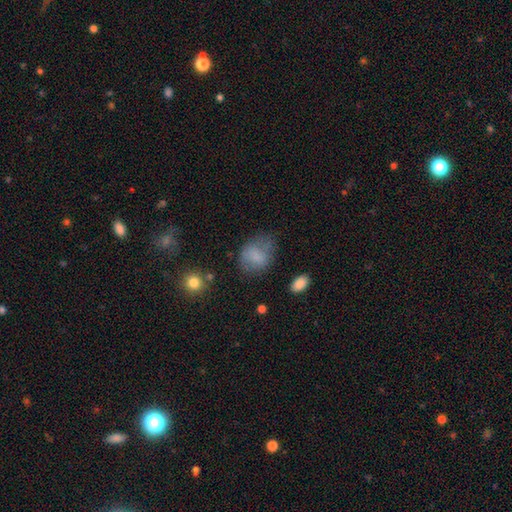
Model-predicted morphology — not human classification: smooth-or-featured: smooth: 76% | featured or disk: 14% | star or artifact: 10%
  how-rounded: in between: 57% | round: 42% | cigar-shaped: 1%
  merging: none: 53% | minor disturbance: 28% | major disturbance: 16% | merger: 3%